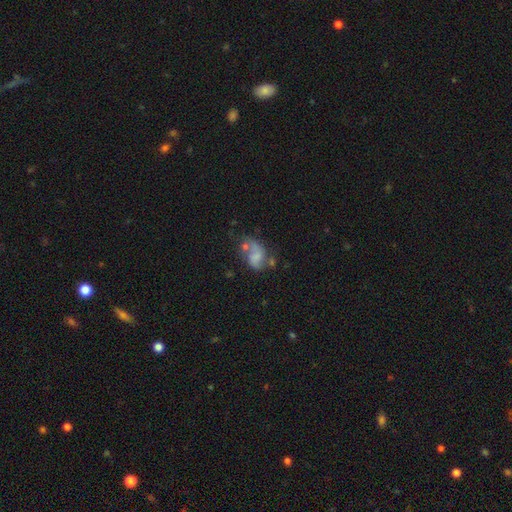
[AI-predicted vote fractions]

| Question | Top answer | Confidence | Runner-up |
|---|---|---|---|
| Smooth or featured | featured or disk | 49% | smooth (40%) |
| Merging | none | 32% | merger (24%) |